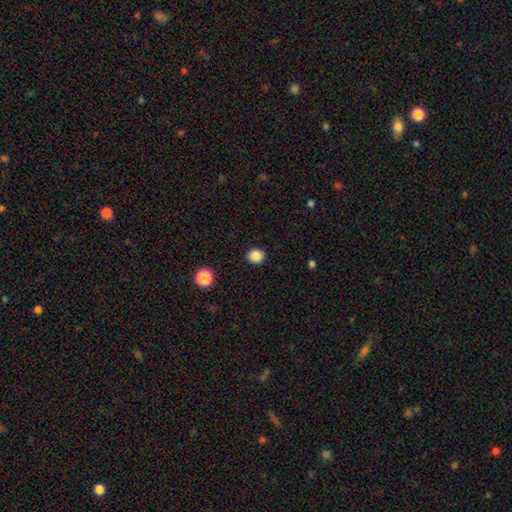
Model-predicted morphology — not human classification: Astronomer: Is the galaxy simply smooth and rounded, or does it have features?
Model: smooth — 86%.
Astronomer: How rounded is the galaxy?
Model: round — 89%.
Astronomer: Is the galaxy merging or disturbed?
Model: none — 92%.